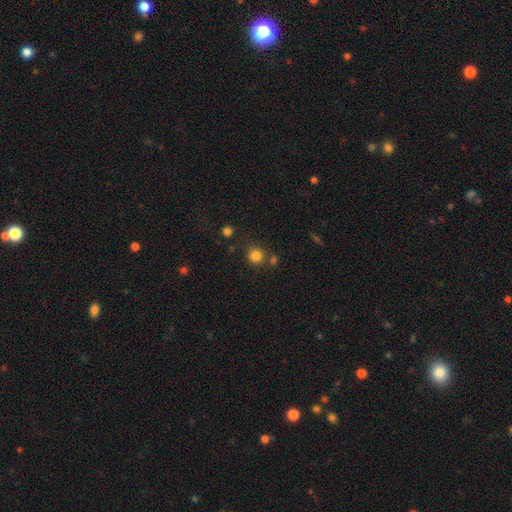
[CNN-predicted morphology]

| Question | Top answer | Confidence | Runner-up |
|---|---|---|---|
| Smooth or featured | smooth | 82% | star or artifact (13%) |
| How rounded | round | 91% | in between (8%) |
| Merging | none | 75% | merger (12%) |